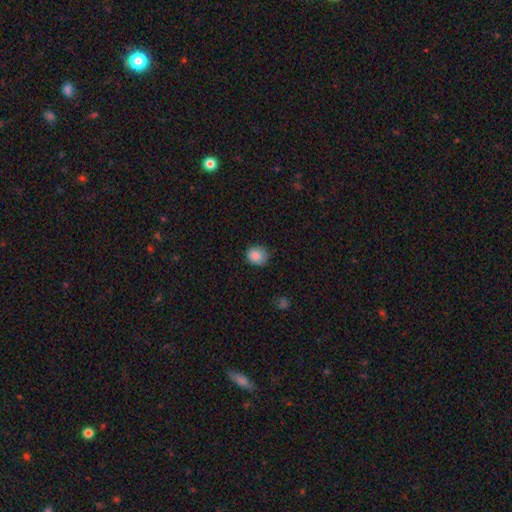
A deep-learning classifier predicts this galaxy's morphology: smooth 86%, star or artifact 9%, featured or disk 5%. Down the decision tree: how rounded — round (68%); merging — none (75%).